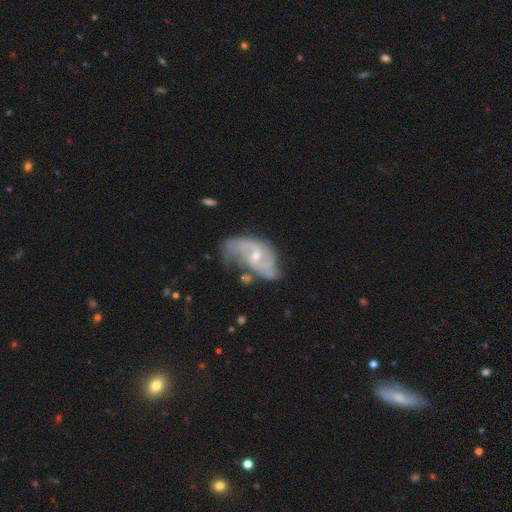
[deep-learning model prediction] A featured or disk galaxy (79%) with no bar (54%), 2 (49%) medium (41%) spiral arms (85%) and a small central bulge (58%).

Vote fractions:
- Smooth or featured? featured or disk: 79% / smooth: 13% / star or artifact: 7%
- Edge-on disk? no: 96% / yes: 4%
- Bar? no: 54% / weak: 37% / strong: 9%
- Spiral arms? yes: 85% / no: 15%
- Spiral winding? medium: 41% / loose: 32% / tight: 27%
- Spiral arm count? 2: 49% / can't tell: 27% / 3: 12% / 1: 6% / 4: 4% / more than 4: 3%
- Bulge size? small: 58% / moderate: 38% / none: 1% / large: 1% / dominant: 1%
- Merging? none: 35% / minor disturbance: 29% / major disturbance: 27% / merger: 9%